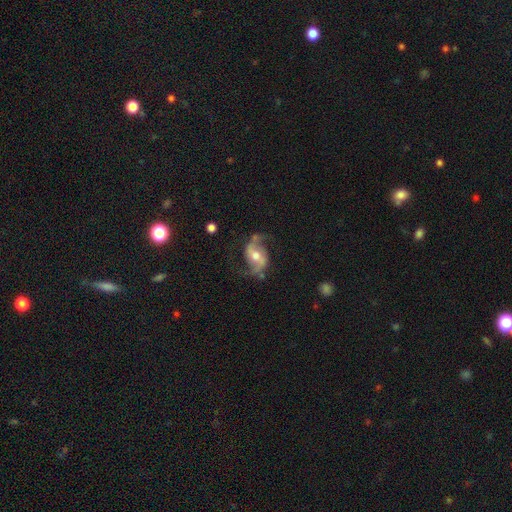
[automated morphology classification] This appears to be a featured or disk galaxy (87%) with a weak bar (42%), 2 (93%) loose (57%) spiral arms (96%) and a moderate central bulge (69%). Merging: none (73%).